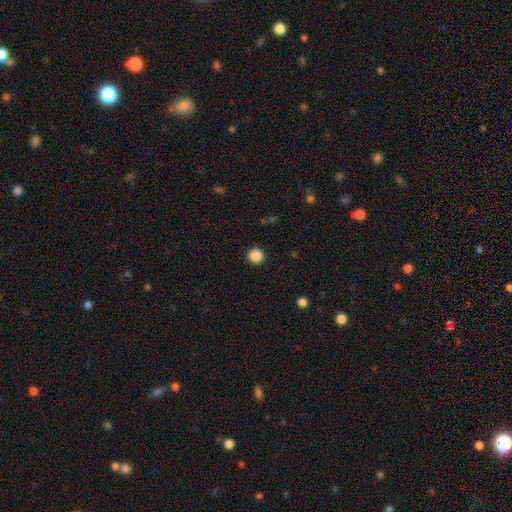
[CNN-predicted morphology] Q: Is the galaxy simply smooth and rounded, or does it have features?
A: smooth — 87%.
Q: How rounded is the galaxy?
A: round — 94%.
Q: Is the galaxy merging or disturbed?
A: none — 92%.